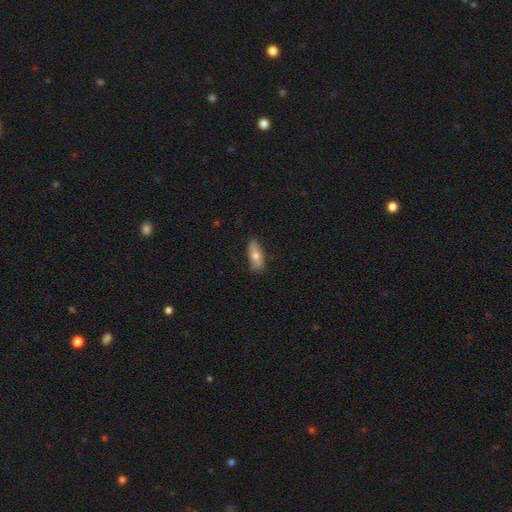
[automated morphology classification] Smooth or featured?
  - smooth: 62% *
  - featured or disk: 31%
  - star or artifact: 6%
How rounded?
  - in between: 77% *
  - cigar-shaped: 19%
  - round: 4%
Merging?
  - none: 76% *
  - minor disturbance: 19%
  - major disturbance: 3%
  - merger: 1%